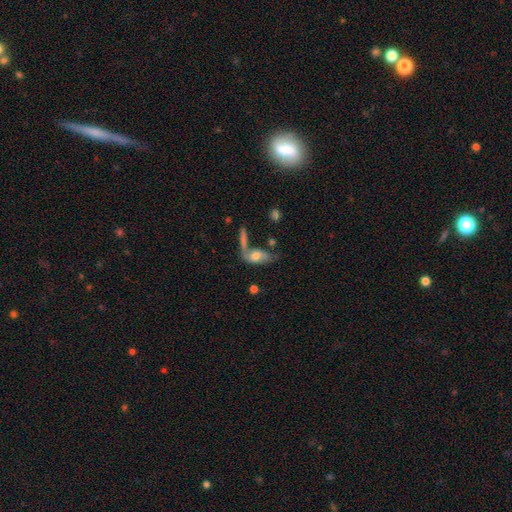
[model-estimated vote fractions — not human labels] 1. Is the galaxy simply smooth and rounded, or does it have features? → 59% smooth, 33% featured or disk, 8% star or artifact.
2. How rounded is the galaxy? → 84% in between, 10% cigar-shaped, 6% round.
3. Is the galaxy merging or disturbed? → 34% none, 30% merger, 19% minor disturbance, 18% major disturbance.